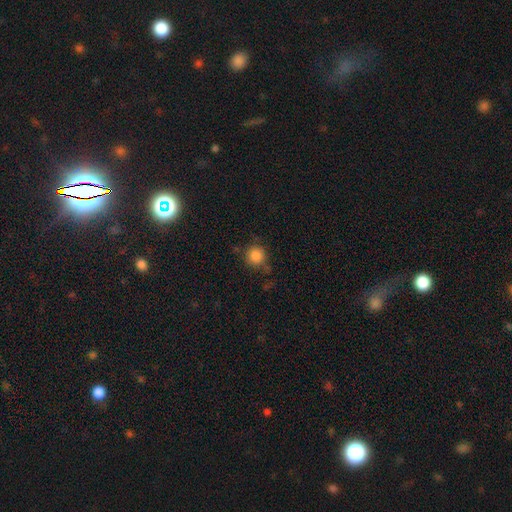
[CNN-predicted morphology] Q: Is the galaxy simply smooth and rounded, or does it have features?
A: smooth — 85%.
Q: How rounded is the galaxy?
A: round — 93%.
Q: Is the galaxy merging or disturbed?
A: none — 77%.